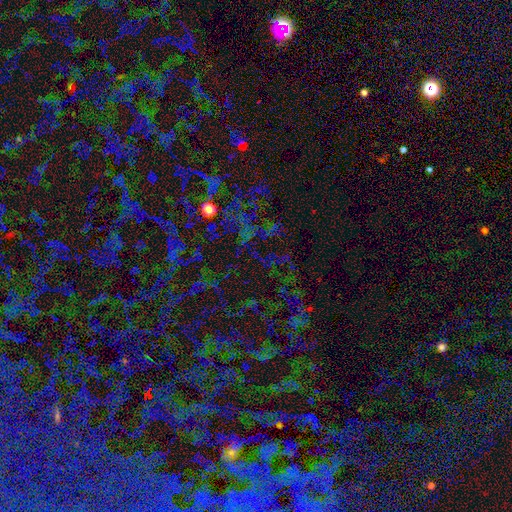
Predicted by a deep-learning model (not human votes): smooth_or_featured: star or artifact (p=0.69) [alt: smooth p=0.20]